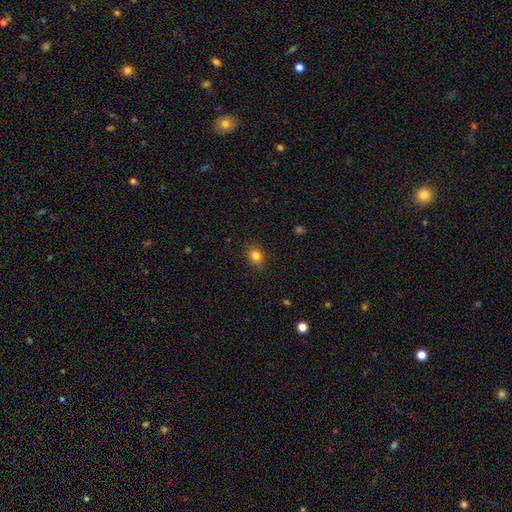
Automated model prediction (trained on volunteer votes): Smooth or featured: smooth — 83% (star or artifact — 12%)
How rounded: round — 56% (in between — 43%)
Merging: none — 86% (minor disturbance — 11%)